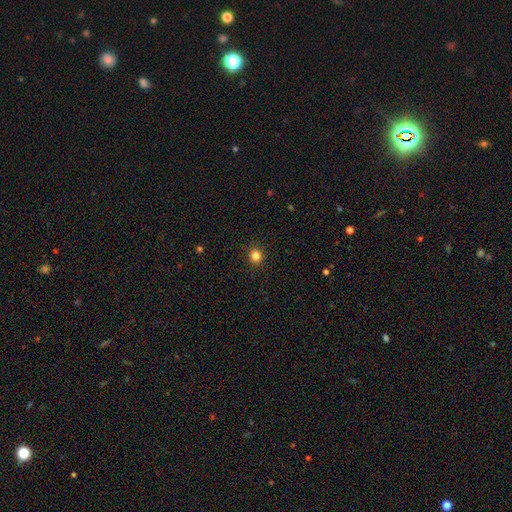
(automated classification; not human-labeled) Overall: smooth (83%). How rounded: round (91%). Merging: none (92%).